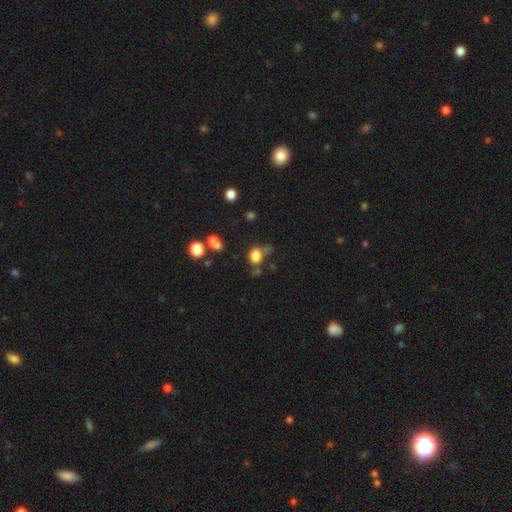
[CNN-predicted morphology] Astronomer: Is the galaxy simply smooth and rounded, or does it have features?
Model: smooth — 78%.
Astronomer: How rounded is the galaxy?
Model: round — 53% (runner-up: in between, 46%).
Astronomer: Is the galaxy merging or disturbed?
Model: none — 43% (runner-up: minor disturbance, 28%).